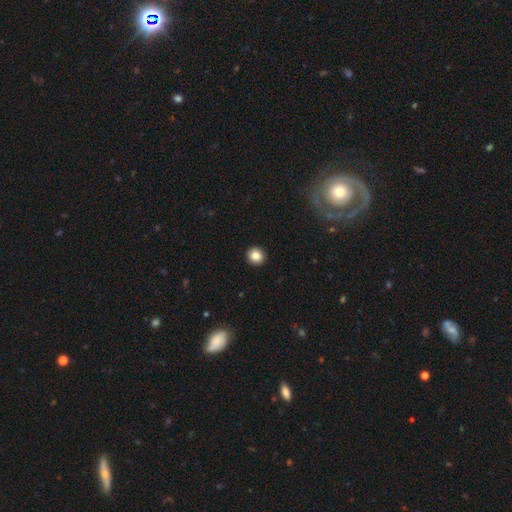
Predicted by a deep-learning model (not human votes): Smooth or featured? Predicted: smooth (p=0.86). How rounded? Predicted: round (p=0.93). Merging? Predicted: none (p=0.93).